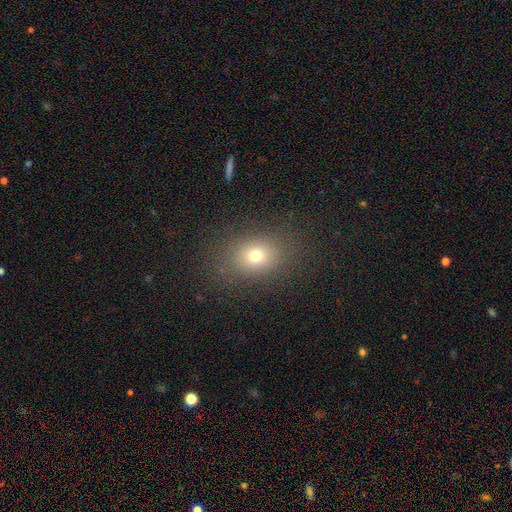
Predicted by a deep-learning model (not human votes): A smooth galaxy with no disk features (72%) that is in between round and cigar-shaped (54%).

Vote fractions:
- Smooth or featured? smooth: 72% / star or artifact: 17% / featured or disk: 12%
- How rounded? in between: 54% / round: 45% / cigar-shaped: 1%
- Merging? none: 83% / minor disturbance: 10% / major disturbance: 5% / merger: 1%